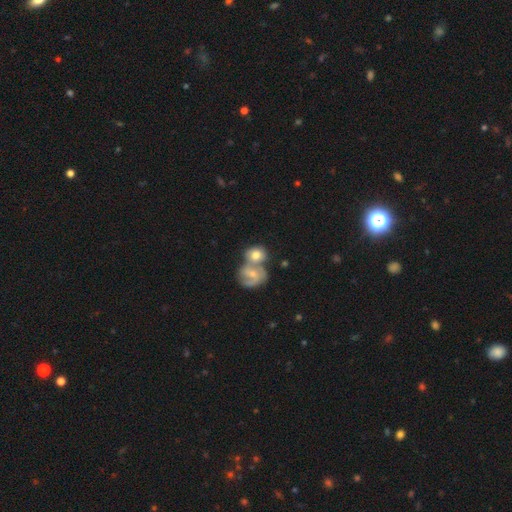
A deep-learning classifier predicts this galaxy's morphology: Smooth or featured? smooth (54%)
How rounded? round (70%)
Merging? merger (53%)